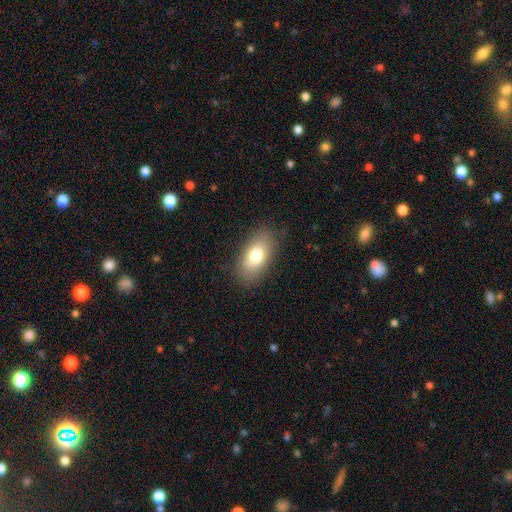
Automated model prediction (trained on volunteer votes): Overall: smooth (77%). How rounded: in between (90%). Merging: none (85%).